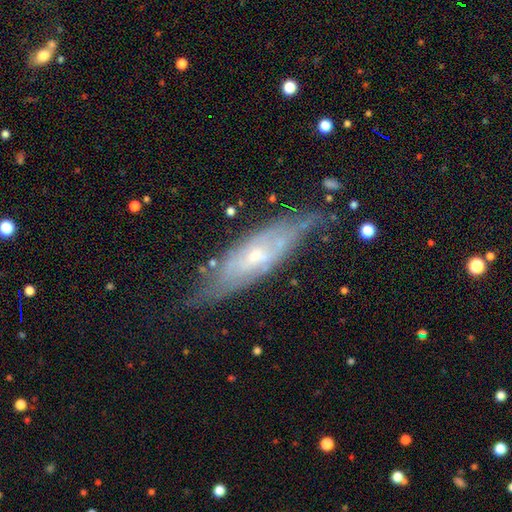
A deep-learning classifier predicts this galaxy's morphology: featured or disk 71%, smooth 22%, star or artifact 7%. Down the decision tree: edge-on disk — no (59%); merging — none (62%).